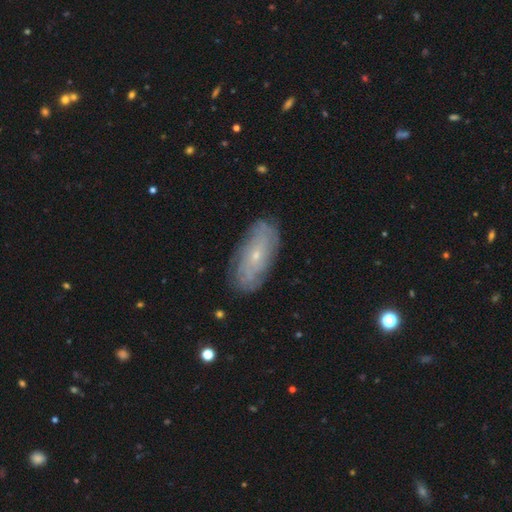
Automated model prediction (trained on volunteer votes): Overall: featured or disk (63%; smooth 29%). Edge-on disk: no (87%). Bar: no (76%). Spiral arms: yes (74%). Bulge size: small (80%). Merging: none (84%).